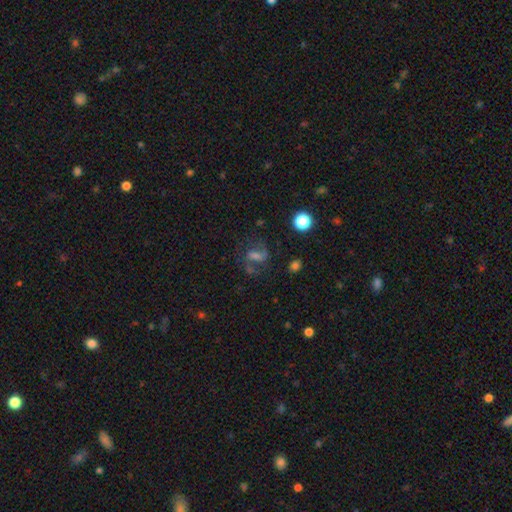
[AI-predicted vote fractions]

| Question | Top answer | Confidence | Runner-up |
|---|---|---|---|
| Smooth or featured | featured or disk | 50% | smooth (27%) |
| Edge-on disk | no | 95% | yes (5%) |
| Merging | none | 60% | minor disturbance (17%) |